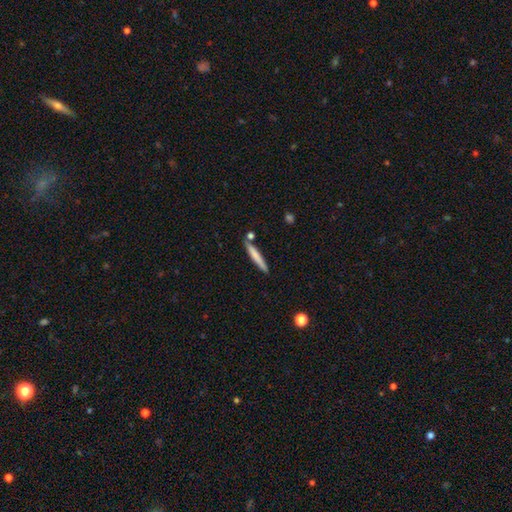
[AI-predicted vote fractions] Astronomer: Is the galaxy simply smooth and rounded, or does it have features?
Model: smooth — 70%.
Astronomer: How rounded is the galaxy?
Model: cigar-shaped — 95%.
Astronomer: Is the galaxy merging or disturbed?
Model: none — 82%.